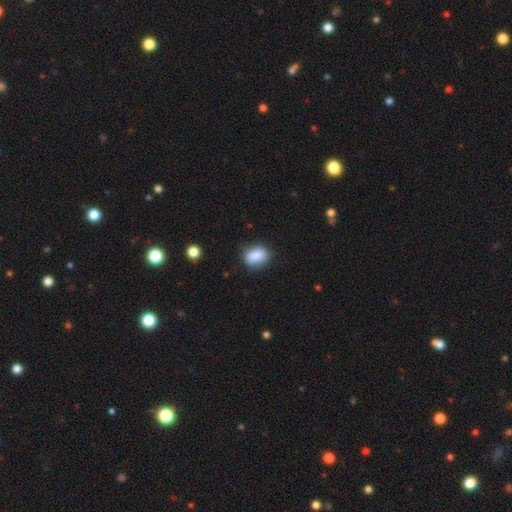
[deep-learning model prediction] Morphology: type=smooth (86%); roundness=in between (71%); merging=none (77%).